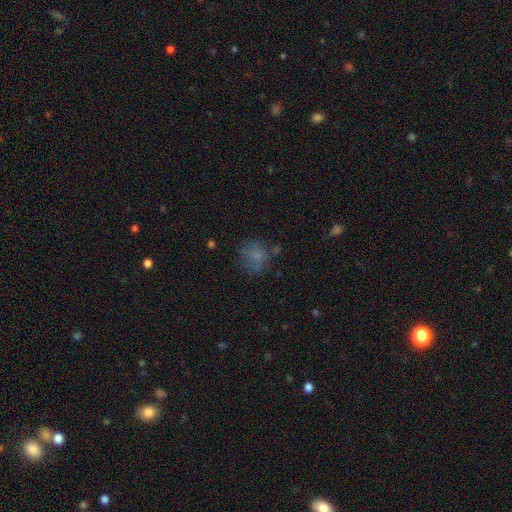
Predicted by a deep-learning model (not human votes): The model was most divided on "merging": none: 54%, minor disturbance: 22%, major disturbance: 20%, merger: 5%. More confident: how rounded — round (71%); smooth or featured — smooth (60%).